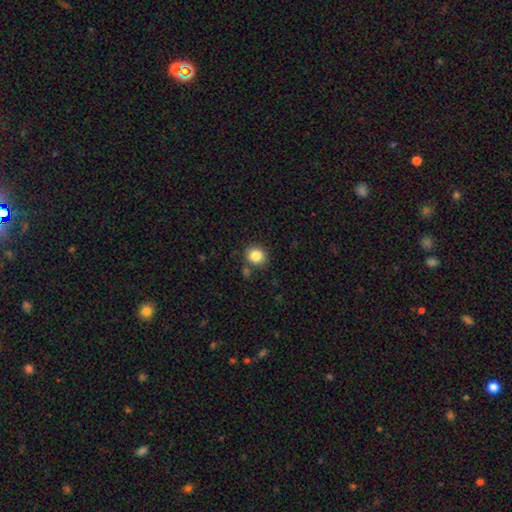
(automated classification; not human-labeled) Smooth or featured: smooth — 85% (star or artifact — 10%)
How rounded: round — 82% (in between — 17%)
Merging: none — 82% (minor disturbance — 9%)